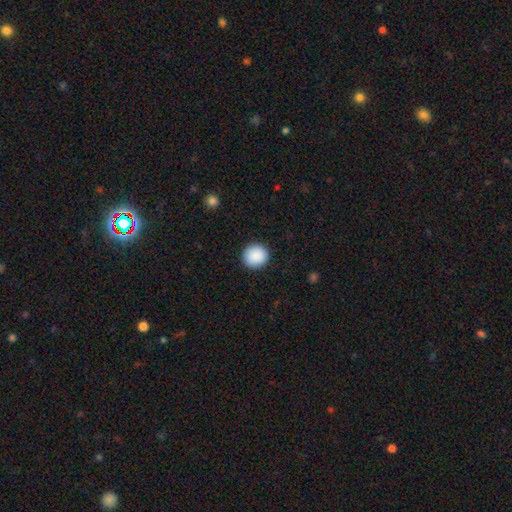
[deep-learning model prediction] The model was most divided on "smooth or featured": smooth: 90%, star or artifact: 7%, featured or disk: 3%. More confident: how rounded — round (92%); merging — none (92%).